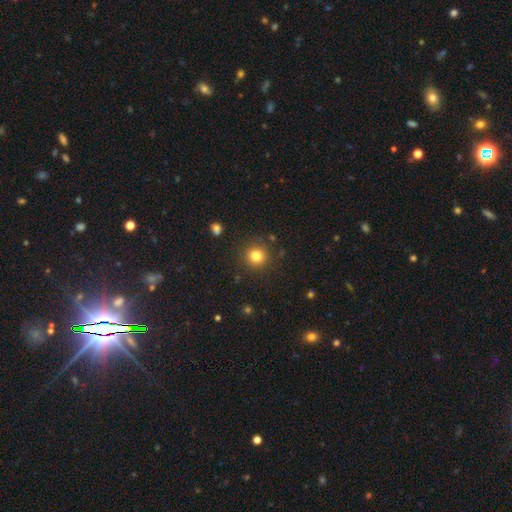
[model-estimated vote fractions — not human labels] smooth 81%, star or artifact 12%, featured or disk 6%. Down the decision tree: how rounded — round (92%); merging — none (88%).